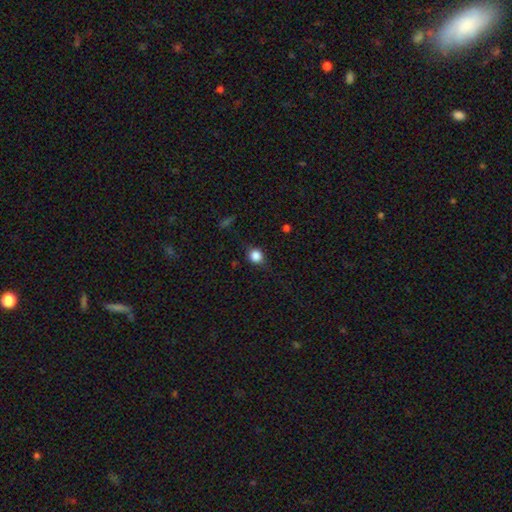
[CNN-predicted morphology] smooth 81%, star or artifact 12%, featured or disk 7%. Down the decision tree: how rounded — round (80%); merging — none (78%).